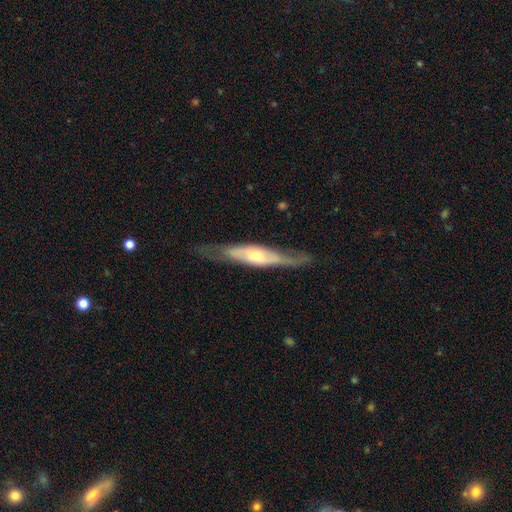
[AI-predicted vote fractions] Overall: featured or disk (67%; smooth 27%). Edge-on disk: yes (60%; no 40%). Merging: none (70%).